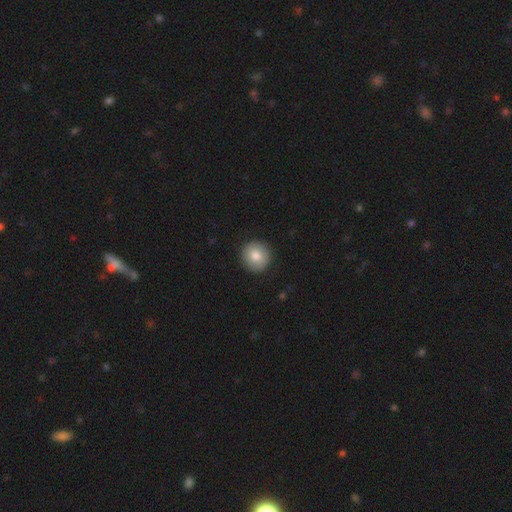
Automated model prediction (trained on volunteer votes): Overall: smooth (81%). How rounded: round (93%). Merging: none (92%).